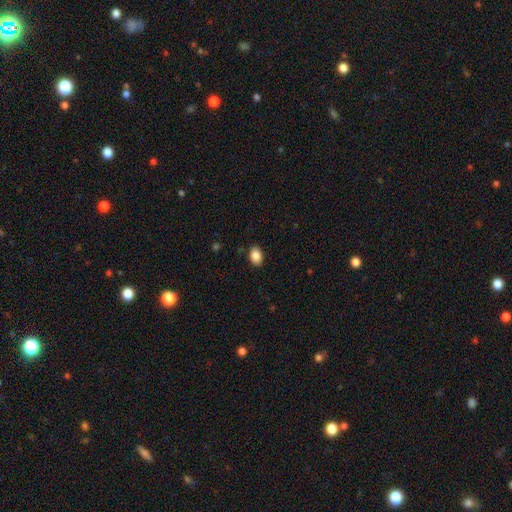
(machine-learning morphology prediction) Q: Smooth or featured?
A: smooth (88%); runner-up: star or artifact (8%)
Q: How rounded?
A: in between (82%); runner-up: round (17%)
Q: Merging?
A: none (88%); runner-up: minor disturbance (9%)